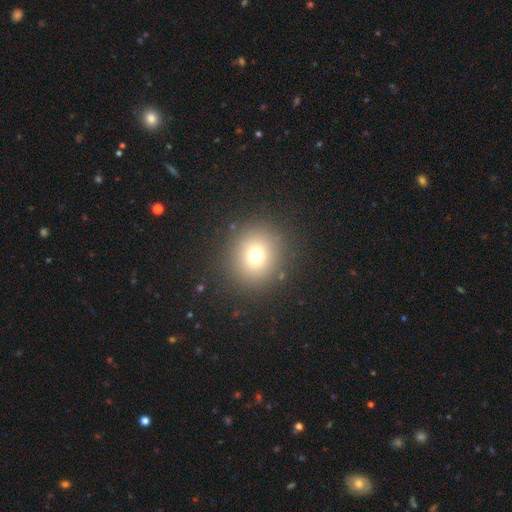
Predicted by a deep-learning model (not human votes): Smooth or featured? smooth (72%)
How rounded? round (88%)
Merging? none (88%)